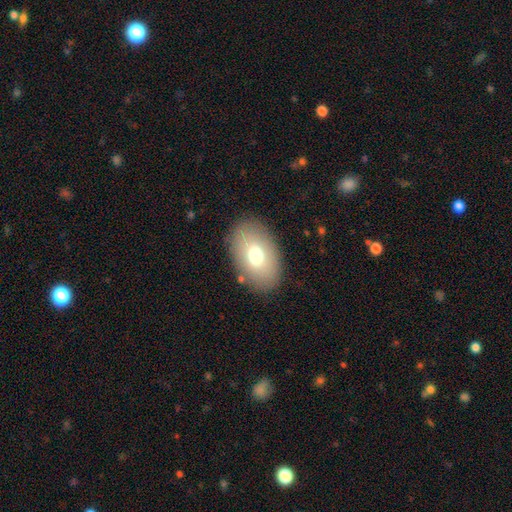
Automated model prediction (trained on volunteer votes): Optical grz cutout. It shows a smooth galaxy with no disk features (69%) that is in between round and cigar-shaped (89%). Merging: none (84%).